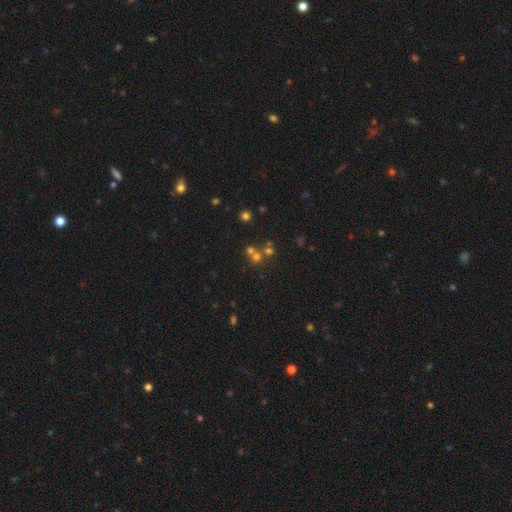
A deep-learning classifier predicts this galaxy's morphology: Smooth or featured? smooth (44%)
Merging? none (51%)